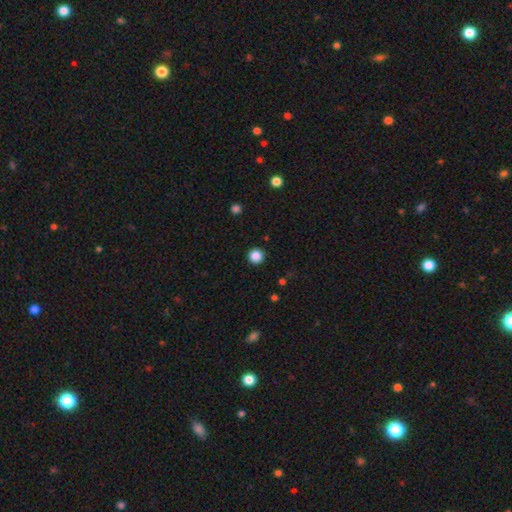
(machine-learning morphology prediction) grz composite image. It shows a smooth galaxy with no disk features (86%) that is round (96%). Merging: none (93%).